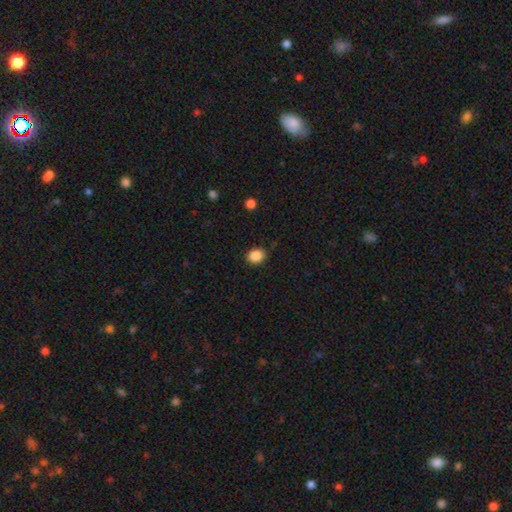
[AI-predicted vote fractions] smooth_or_featured: smooth (p=0.88) [alt: star or artifact p=0.09]
how_rounded: round (p=0.56) [alt: in between p=0.43]
merging: none (p=0.86) [alt: minor disturbance p=0.11]